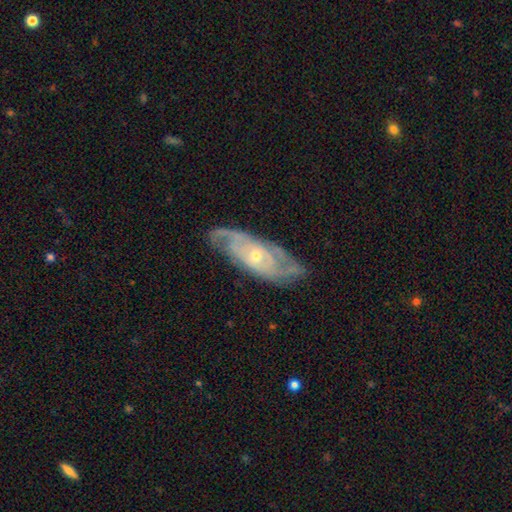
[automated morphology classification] Smooth or featured? featured or disk (85%)
Edge-on disk? no (88%)
Bar? no (73%)
Spiral arms? yes (93%)
Spiral winding? tight (54%)
Spiral arm count? 2 (50%)
Bulge size? small (62%)
Merging? none (75%)